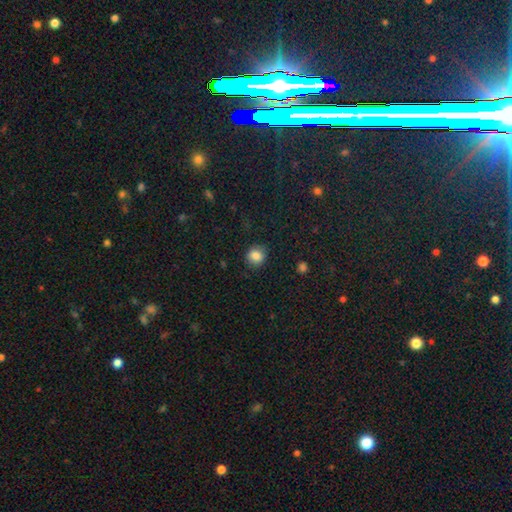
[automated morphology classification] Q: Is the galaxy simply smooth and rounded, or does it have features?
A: smooth — 85%.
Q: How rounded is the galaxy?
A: round — 79%.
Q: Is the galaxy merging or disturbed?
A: none — 85%.